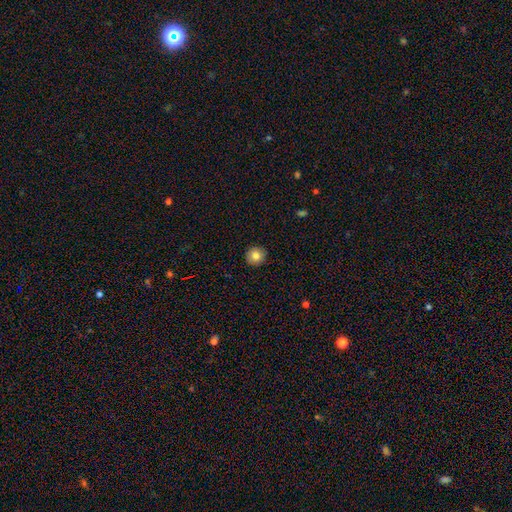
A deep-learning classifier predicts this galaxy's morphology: Overall: smooth (83%). How rounded: round (93%). Merging: none (92%).